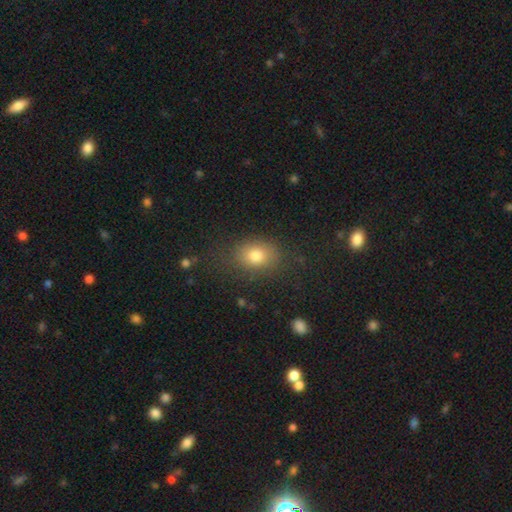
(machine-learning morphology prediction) Smooth or featured?
  - smooth: 78% *
  - star or artifact: 11%
  - featured or disk: 10%
How rounded?
  - in between: 69% *
  - round: 30%
  - cigar-shaped: 1%
Merging?
  - none: 75% *
  - minor disturbance: 16%
  - major disturbance: 7%
  - merger: 2%